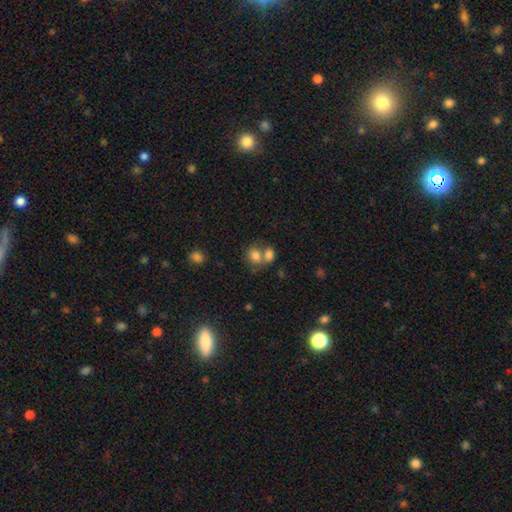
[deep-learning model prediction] Overall: smooth (79%). How rounded: in between (56%; round 43%). Merging: merger (54%; none 32%).